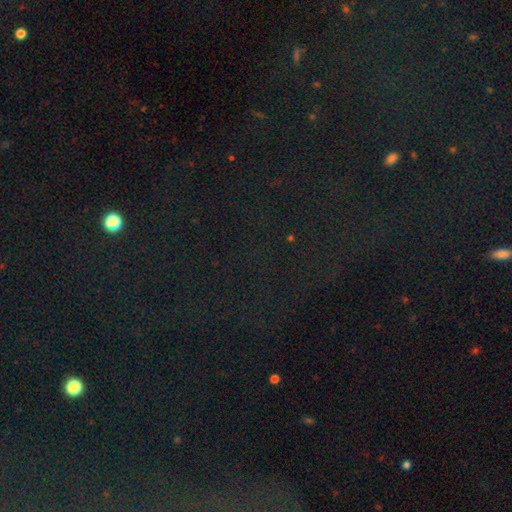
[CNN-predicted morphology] Smooth or featured: star or artifact — 78% (smooth — 13%)